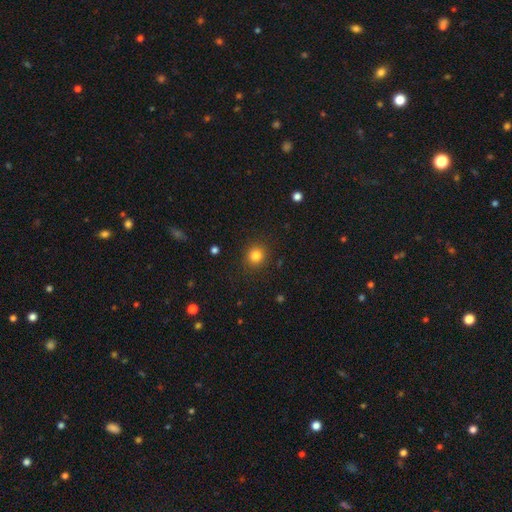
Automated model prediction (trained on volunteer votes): The model was most divided on "smooth or featured": smooth: 83%, star or artifact: 12%, featured or disk: 5%. More confident: merging — none (89%); how rounded — round (89%).